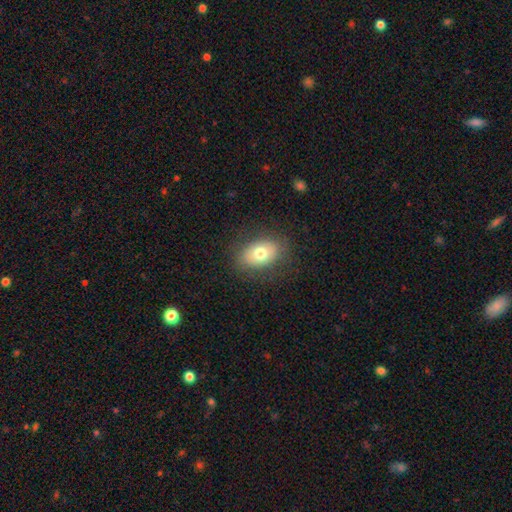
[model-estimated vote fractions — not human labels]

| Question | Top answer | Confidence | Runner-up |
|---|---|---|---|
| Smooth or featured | smooth | 70% | featured or disk (17%) |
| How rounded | in between | 81% | round (17%) |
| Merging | none | 86% | minor disturbance (10%) |